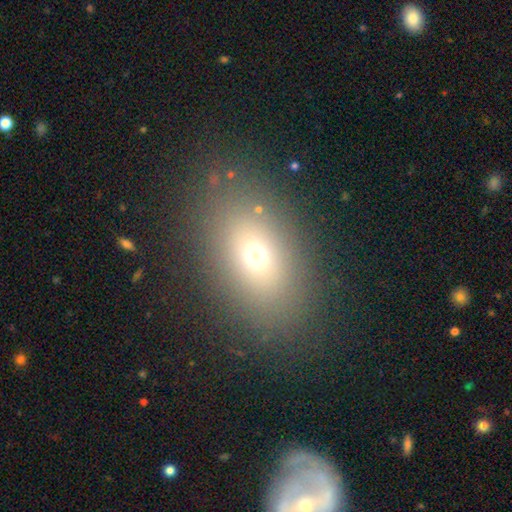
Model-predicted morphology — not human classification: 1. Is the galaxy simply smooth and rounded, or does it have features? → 67% smooth, 19% star or artifact, 15% featured or disk.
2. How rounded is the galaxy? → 72% in between, 26% round, 2% cigar-shaped.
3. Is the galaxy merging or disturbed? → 83% none, 9% minor disturbance, 6% major disturbance, 2% merger.